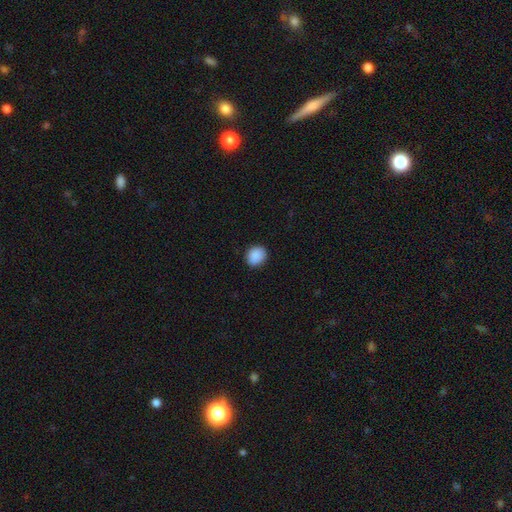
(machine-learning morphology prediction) A smooth galaxy with no disk features (89%) that is round (73%). Merging: none (90%).